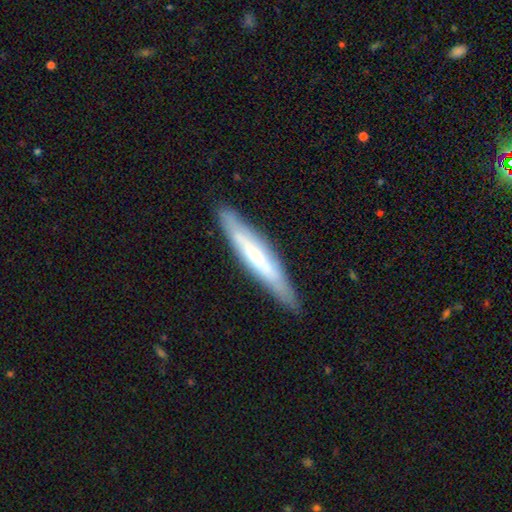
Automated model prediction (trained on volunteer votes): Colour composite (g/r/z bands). It shows a featured or disk galaxy (52%) viewed edge-on (77%). Merging: none (86%).